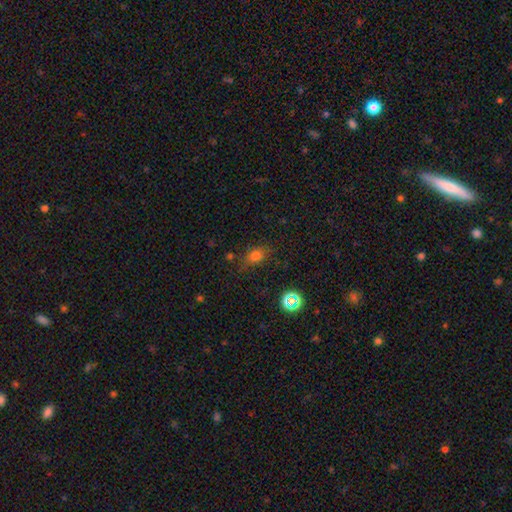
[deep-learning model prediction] smooth-or-featured: smooth: 71% | star or artifact: 20% | featured or disk: 10%
  how-rounded: in between: 60% | round: 37% | cigar-shaped: 3%
  merging: none: 69% | minor disturbance: 20% | major disturbance: 7% | merger: 4%